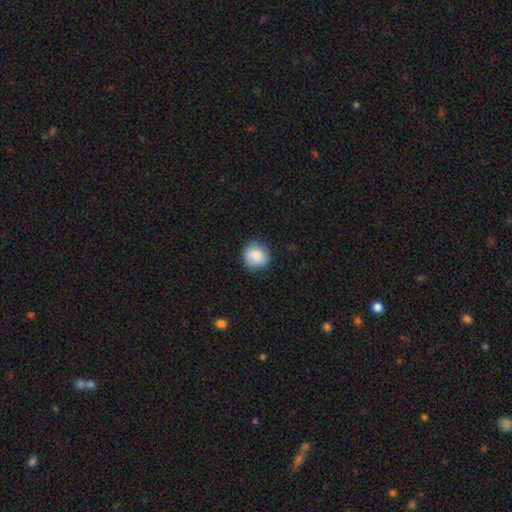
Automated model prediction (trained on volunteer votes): Overall: smooth (83%). How rounded: round (83%). Merging: none (77%).